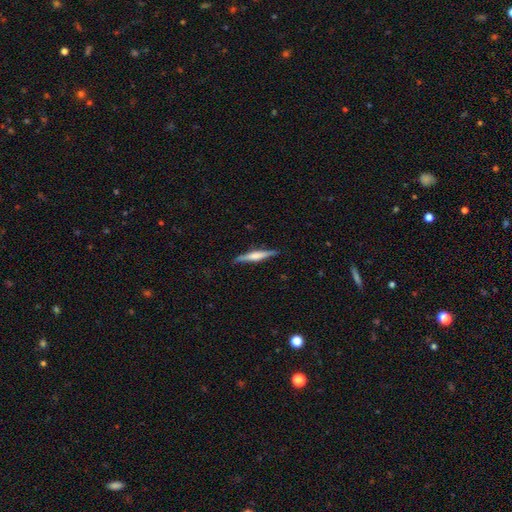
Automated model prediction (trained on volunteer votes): This appears to be a featured or disk galaxy (55%) viewed edge-on (97%) with a rounded central bulge (53%). Merging: none (88%).